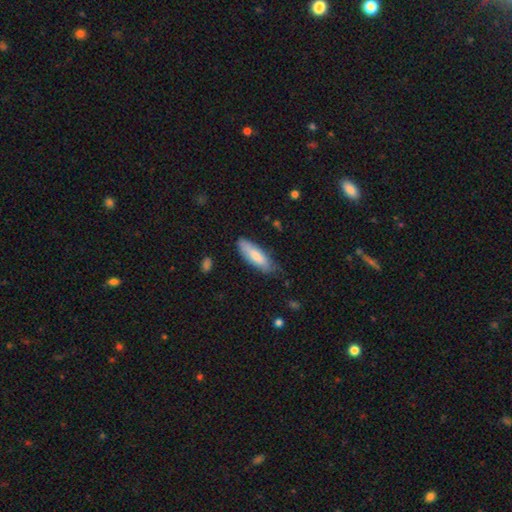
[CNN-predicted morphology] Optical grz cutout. It shows a smooth galaxy with no disk features (75%) that is in between round and cigar-shaped (58%). Merging: none (72%).